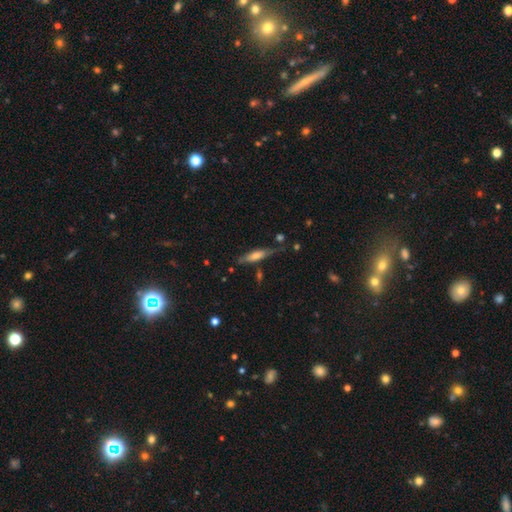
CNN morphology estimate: A featured or disk galaxy (49%).

Vote fractions:
- Smooth or featured? featured or disk: 49% / smooth: 43% / star or artifact: 8%
- Merging? none: 66% / minor disturbance: 21% / major disturbance: 7% / merger: 6%